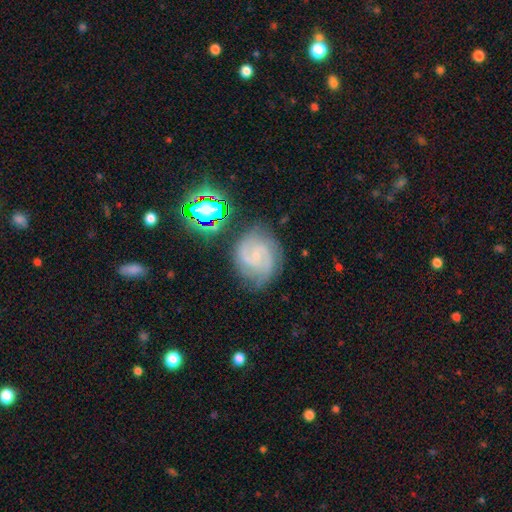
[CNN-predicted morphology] Smooth or featured? Predicted: featured or disk (p=0.80). Edge-on disk? Predicted: no (p=0.98). Bar? Predicted: no (p=0.48). Spiral arms? Predicted: yes (p=0.97). Spiral winding? Predicted: tight (p=0.45). Spiral arm count? Predicted: 2 (p=0.64). Bulge size? Predicted: small (p=0.72). Merging? Predicted: none (p=0.75).